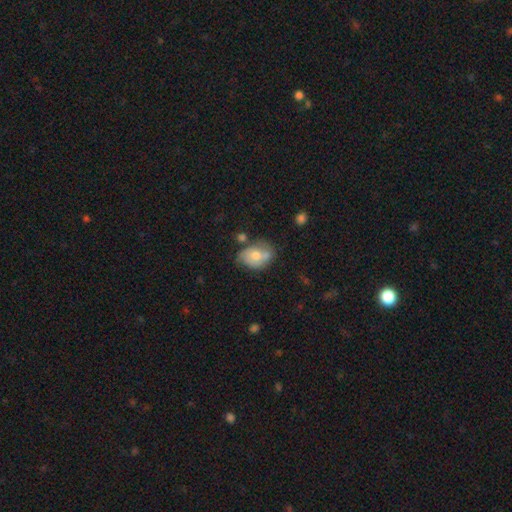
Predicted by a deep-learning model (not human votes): A smooth galaxy with no disk features (53%) that is in between round and cigar-shaped (63%). Merging: none (44%).